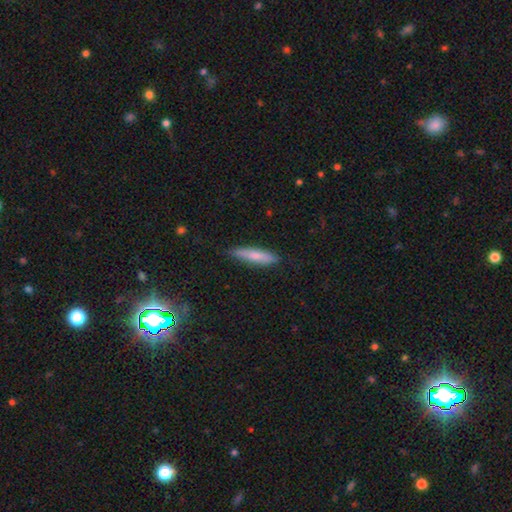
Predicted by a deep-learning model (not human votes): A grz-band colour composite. It shows a smooth galaxy with no disk features (71%) that is cigar-shaped (80%). Merging: none (84%).